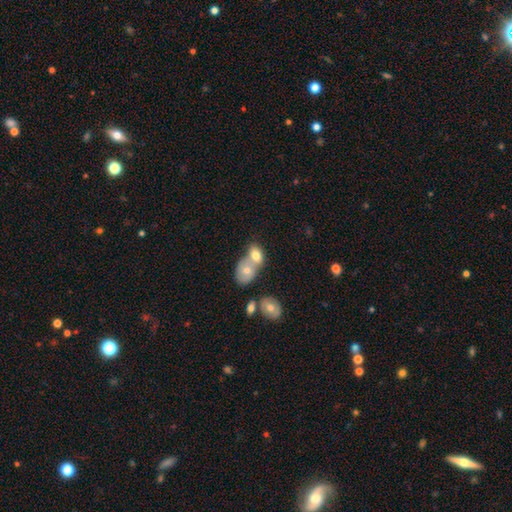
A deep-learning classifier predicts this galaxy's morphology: A smooth galaxy with no disk features (73%) that is in between round and cigar-shaped (72%). Merging: merger (63%).